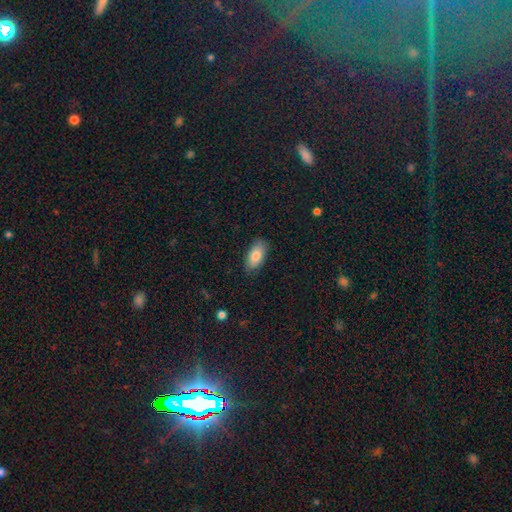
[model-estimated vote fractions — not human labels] A smooth galaxy with no disk features (82%) that is in between round and cigar-shaped (92%). Merging: none (84%).